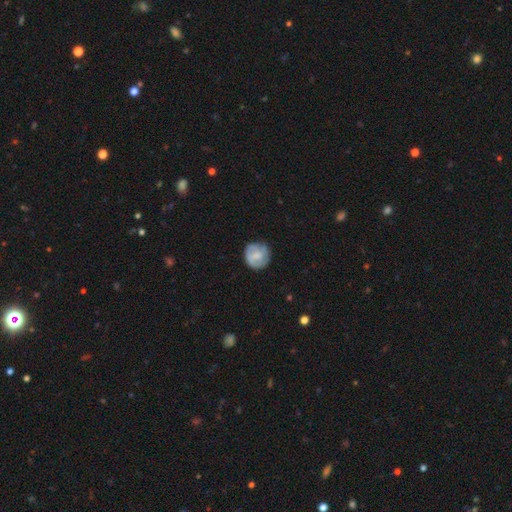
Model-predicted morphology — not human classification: This appears to be a smooth galaxy with no disk features (47%). Merging: none (73%).